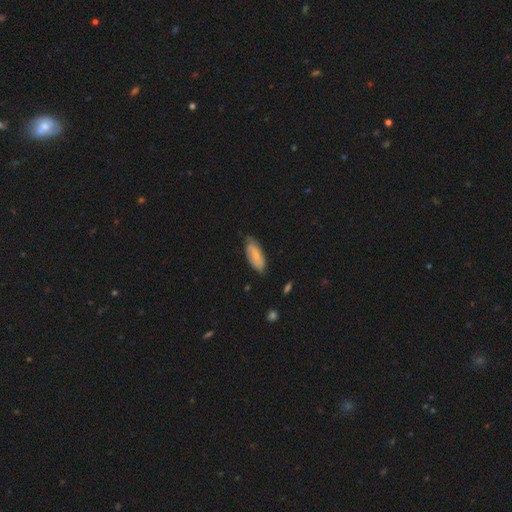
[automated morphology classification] This is likely a smooth galaxy (61%). How rounded: clearly in between (81%). Merging: likely none (62%).